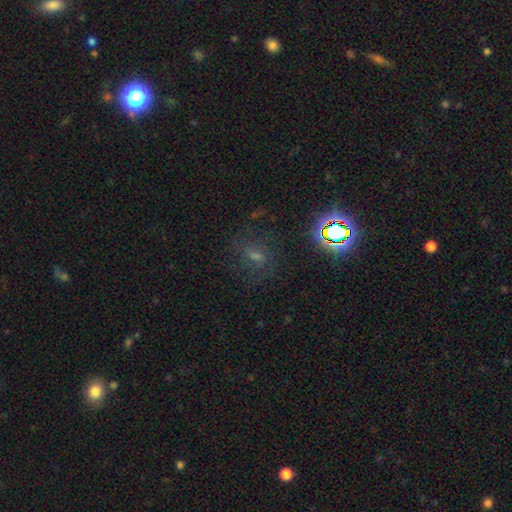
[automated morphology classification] Smooth or featured? Predicted: star or artifact (p=0.40).